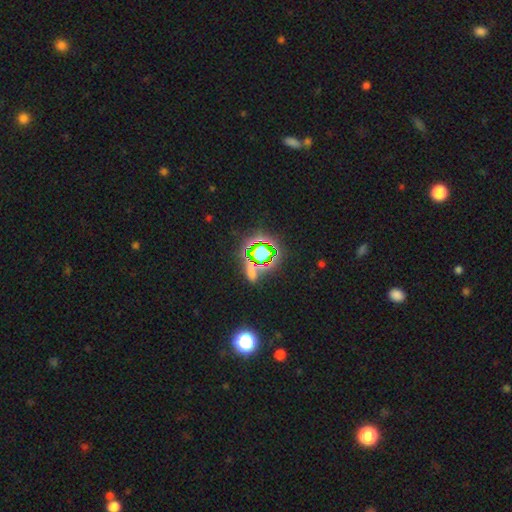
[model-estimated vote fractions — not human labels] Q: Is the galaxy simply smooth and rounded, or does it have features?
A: star or artifact — 68%.